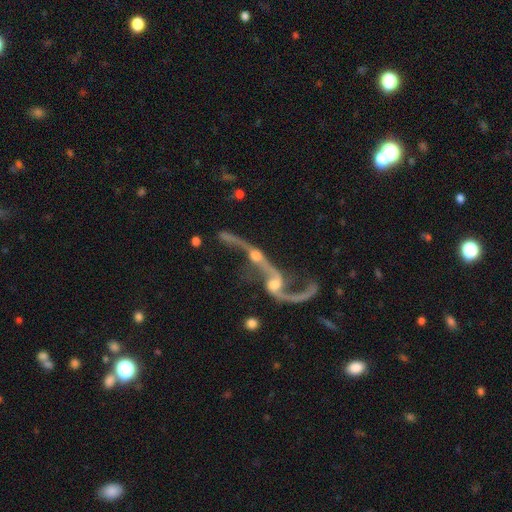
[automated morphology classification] A featured or disk galaxy (77%) with no bar (67%), spiral arms (72%) and a moderate central bulge (48%).

Vote fractions:
- Smooth or featured? featured or disk: 77% / smooth: 13% / star or artifact: 10%
- Edge-on disk? no: 73% / yes: 27%
- Bar? no: 67% / weak: 25% / strong: 8%
- Spiral arms? yes: 72% / no: 28%
- Bulge size? moderate: 48% / small: 27% / large: 11% / none: 10% / dominant: 4%
- Merging? merger: 69% / none: 15% / major disturbance: 10% / minor disturbance: 6%